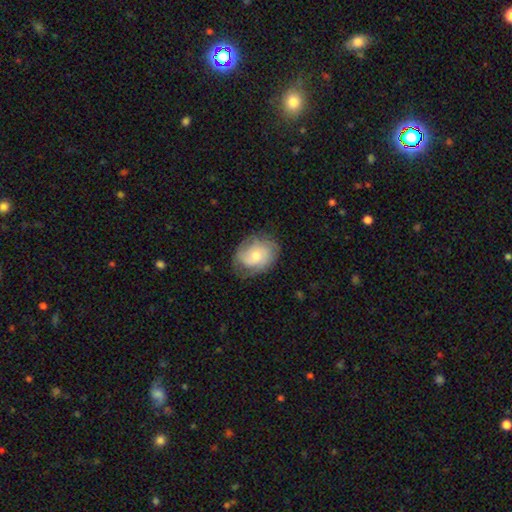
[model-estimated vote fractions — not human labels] Smooth or featured?
  - featured or disk: 47% *
  - smooth: 46%
  - star or artifact: 7%
Merging?
  - none: 69% *
  - minor disturbance: 22%
  - major disturbance: 8%
  - merger: 1%